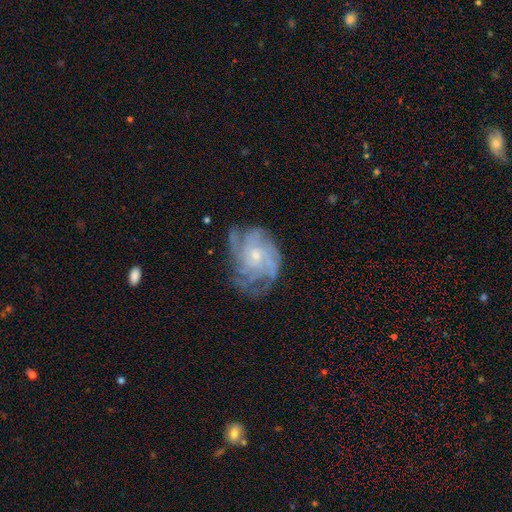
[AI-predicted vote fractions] This is clearly a featured or disk galaxy (82%). It is clearly not viewed edge-on (97%). Bar: likely no (74%). Spiral arm pattern: clearly yes (94%). Spiral arm count: marginally can't tell (30%). Spiral winding: possibly tight (55%). Central bulge: likely small (69%). Merging: likely none (66%).